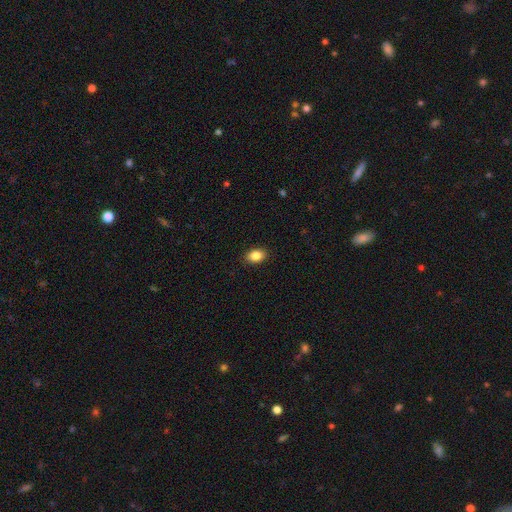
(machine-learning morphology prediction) smooth_or_featured: smooth (p=0.86) [alt: star or artifact p=0.08]
how_rounded: in between (p=0.82) [alt: round p=0.17]
merging: none (p=0.89) [alt: minor disturbance p=0.08]